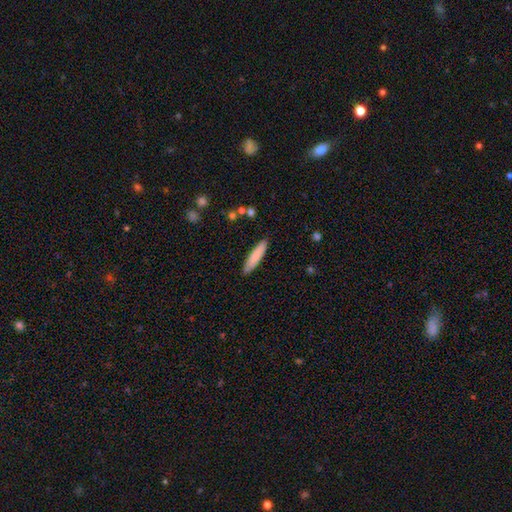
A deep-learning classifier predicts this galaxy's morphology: This is clearly a smooth galaxy (81%). How rounded: clearly cigar-shaped (82%). Merging: clearly none (88%).